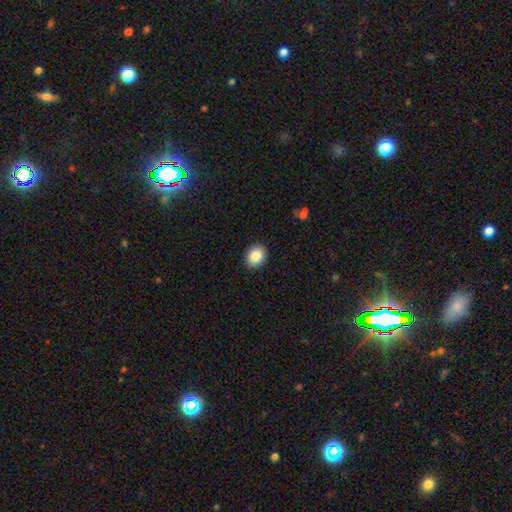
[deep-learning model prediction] smooth_or_featured: smooth (p=0.86) [alt: star or artifact p=0.08]
how_rounded: in between (p=0.53) [alt: round p=0.46]
merging: none (p=0.91) [alt: minor disturbance p=0.06]